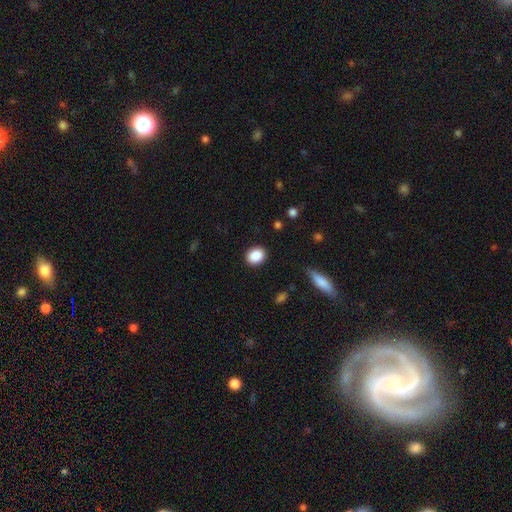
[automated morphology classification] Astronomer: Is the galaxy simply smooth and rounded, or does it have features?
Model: smooth — 88%.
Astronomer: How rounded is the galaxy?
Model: in between — 51% (runner-up: round, 48%).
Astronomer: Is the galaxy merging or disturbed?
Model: none — 88%.